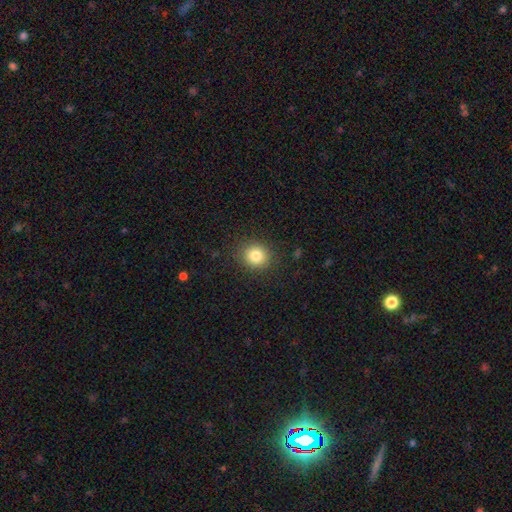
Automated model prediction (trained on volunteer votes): Overall: smooth (82%). How rounded: round (81%). Merging: none (88%).